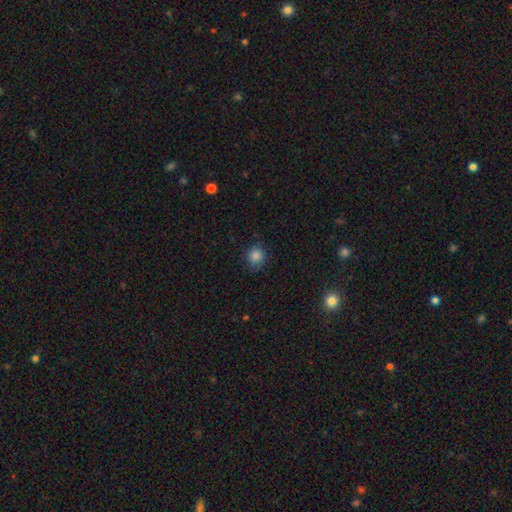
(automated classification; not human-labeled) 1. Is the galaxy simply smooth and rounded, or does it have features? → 84% smooth, 11% star or artifact, 6% featured or disk.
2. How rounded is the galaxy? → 87% round, 12% in between, 1% cigar-shaped.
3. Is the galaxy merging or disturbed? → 80% none, 15% minor disturbance, 4% major disturbance, 1% merger.